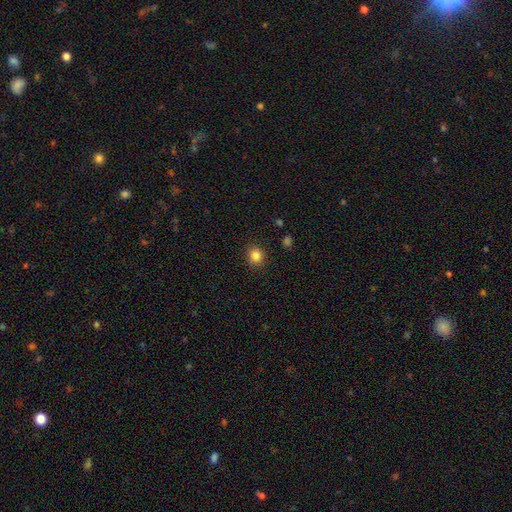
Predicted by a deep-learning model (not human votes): This appears to be a smooth galaxy with no disk features (84%) that is round (80%). Merging: none (88%).